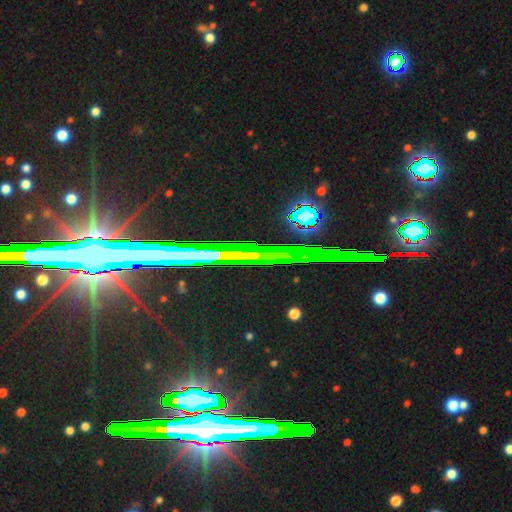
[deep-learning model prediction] Q: Smooth or featured?
A: star or artifact (78%); runner-up: featured or disk (15%)